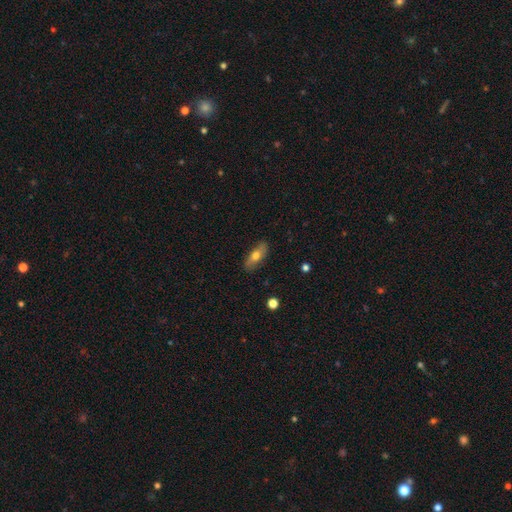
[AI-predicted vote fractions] Smooth or featured?
  - smooth: 63% *
  - featured or disk: 30%
  - star or artifact: 7%
How rounded?
  - in between: 69% *
  - cigar-shaped: 27%
  - round: 4%
Merging?
  - none: 85% *
  - minor disturbance: 11%
  - major disturbance: 2%
  - merger: 1%